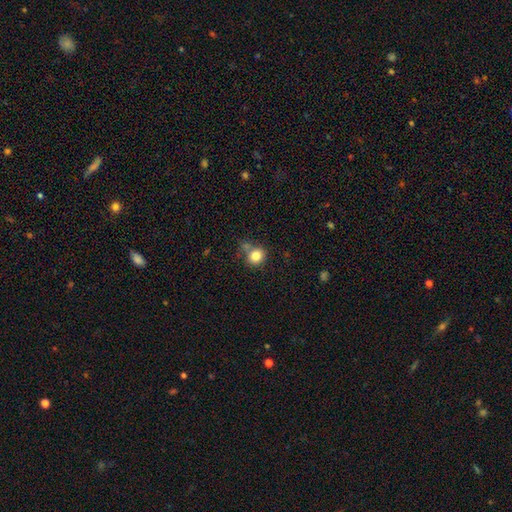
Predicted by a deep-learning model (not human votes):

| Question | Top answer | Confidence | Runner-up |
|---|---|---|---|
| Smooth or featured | smooth | 82% | star or artifact (11%) |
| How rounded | round | 84% | in between (15%) |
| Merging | none | 63% | minor disturbance (16%) |